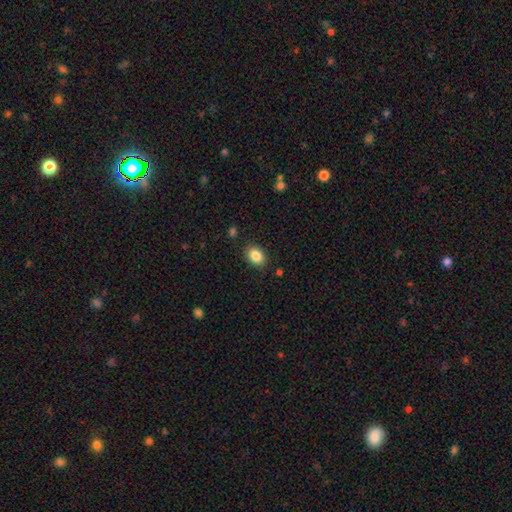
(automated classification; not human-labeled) Overall: smooth (86%). How rounded: in between (68%; round 31%). Merging: none (86%).